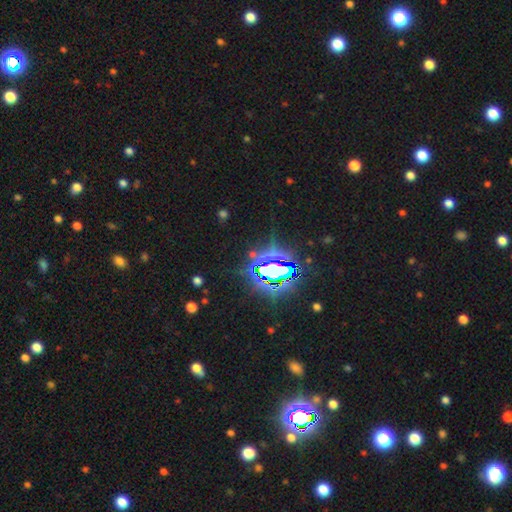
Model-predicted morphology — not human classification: Overall: star or artifact (79%).